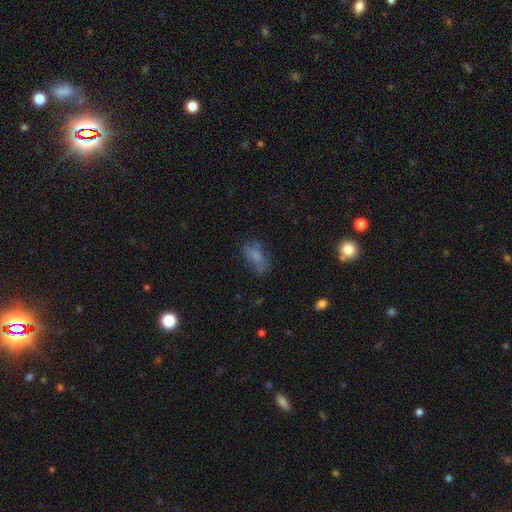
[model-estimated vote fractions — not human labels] Smooth or featured?
  - smooth: 66% *
  - featured or disk: 20%
  - star or artifact: 14%
How rounded?
  - in between: 85% *
  - round: 9%
  - cigar-shaped: 6%
Merging?
  - none: 52% *
  - minor disturbance: 26%
  - major disturbance: 17%
  - merger: 5%